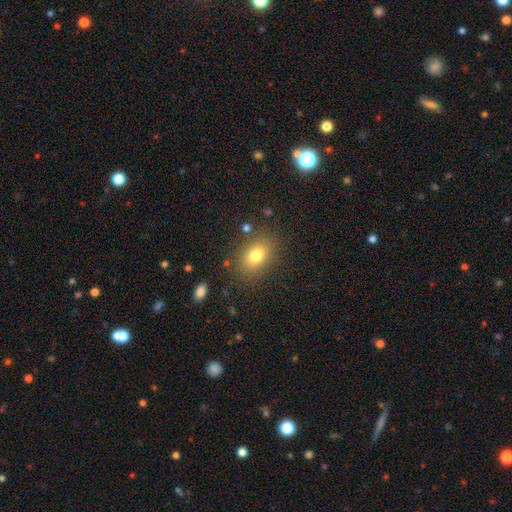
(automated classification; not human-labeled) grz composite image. It shows a smooth galaxy with no disk features (78%) that is in between round and cigar-shaped (77%). Merging: none (82%).